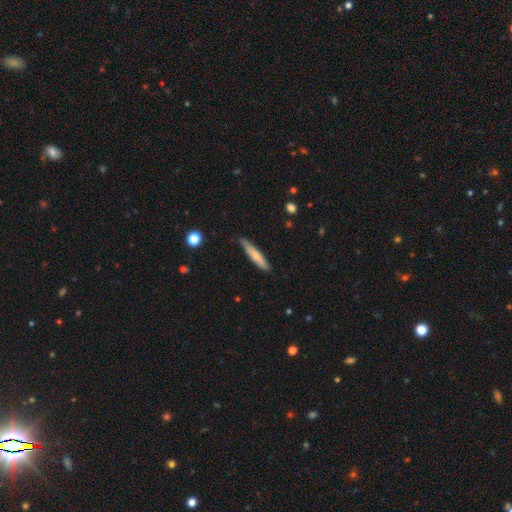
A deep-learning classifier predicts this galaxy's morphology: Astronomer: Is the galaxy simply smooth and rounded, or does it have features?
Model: smooth — 69%.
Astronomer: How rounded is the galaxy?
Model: cigar-shaped — 89%.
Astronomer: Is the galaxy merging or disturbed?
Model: none — 79%.